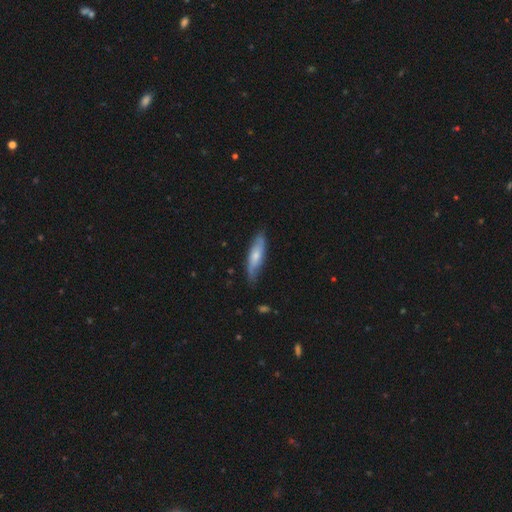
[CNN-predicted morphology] The model was most divided on "smooth or featured": smooth: 53%, featured or disk: 41%, star or artifact: 6%. More confident: merging — none (75%); how rounded — cigar-shaped (64%).